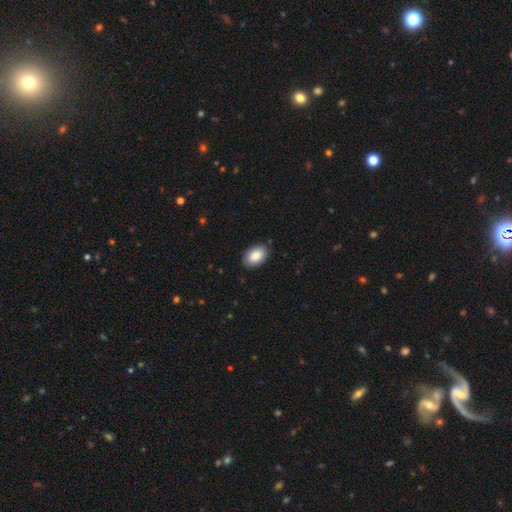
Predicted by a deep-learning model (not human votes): A smooth galaxy with no disk features (87%) that is in between round and cigar-shaped (90%). Merging: none (87%).